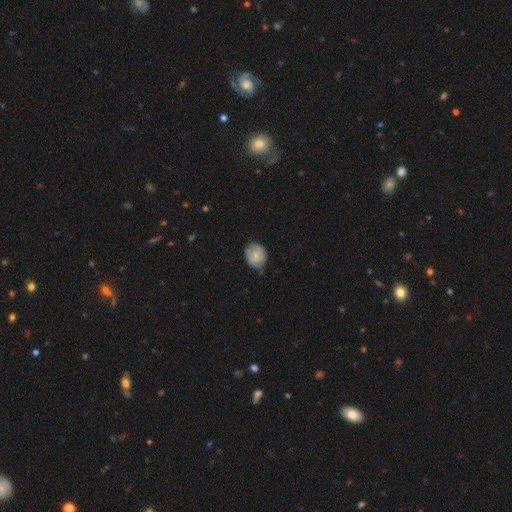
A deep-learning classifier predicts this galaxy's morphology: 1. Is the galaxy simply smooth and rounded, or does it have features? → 66% smooth, 26% featured or disk, 8% star or artifact.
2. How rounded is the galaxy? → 63% round, 36% in between, 1% cigar-shaped.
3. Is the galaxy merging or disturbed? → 62% none, 30% minor disturbance, 6% major disturbance, 2% merger.